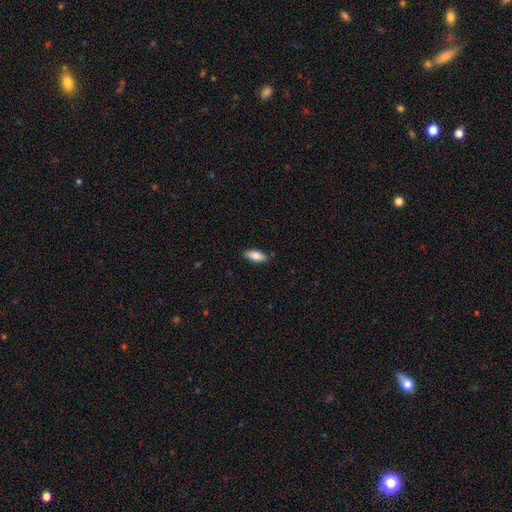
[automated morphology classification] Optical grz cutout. It shows a smooth galaxy with no disk features (83%) that is in between round and cigar-shaped (83%). Merging: none (86%).